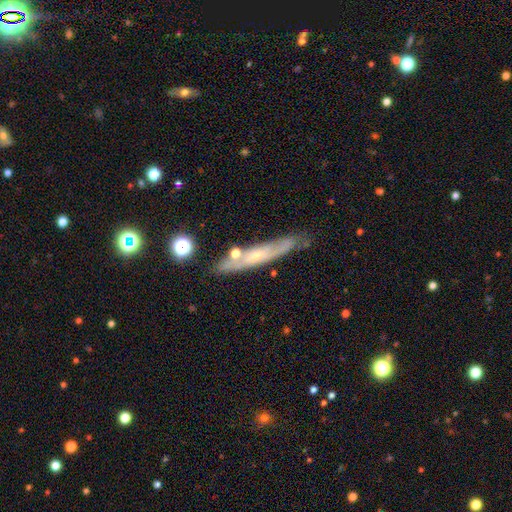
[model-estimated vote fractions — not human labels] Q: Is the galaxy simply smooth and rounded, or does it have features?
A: featured or disk — 58%.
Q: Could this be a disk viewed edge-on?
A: yes — 71%.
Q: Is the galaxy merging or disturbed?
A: none — 71%.